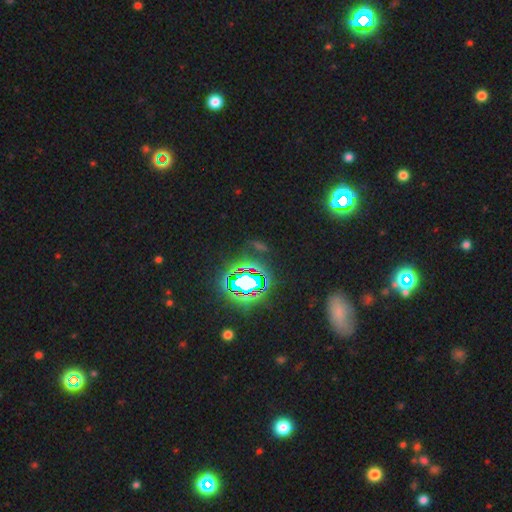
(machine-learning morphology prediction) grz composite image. It shows a star or artifact, not a galaxy (79%).